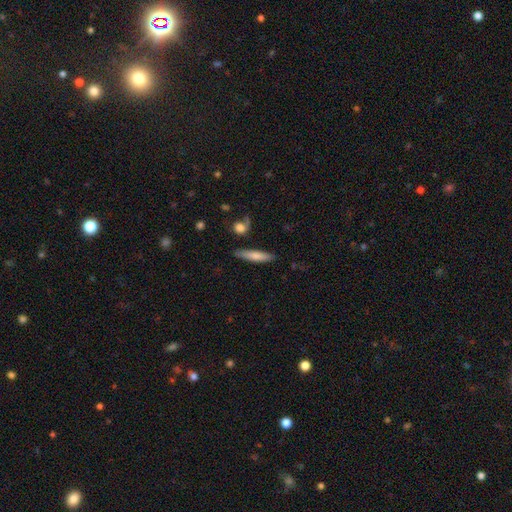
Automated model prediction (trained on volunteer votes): Smooth or featured: smooth — 71% (featured or disk — 23%)
How rounded: cigar-shaped — 83% (in between — 15%)
Merging: none — 81% (minor disturbance — 12%)